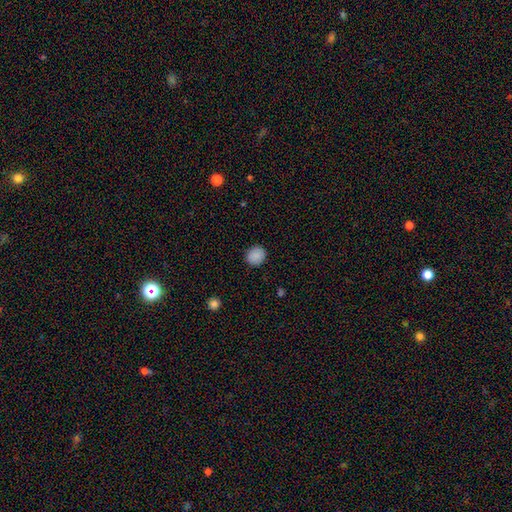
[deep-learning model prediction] This is clearly a smooth galaxy (89%). How rounded: clearly round (84%). Merging: clearly none (91%).